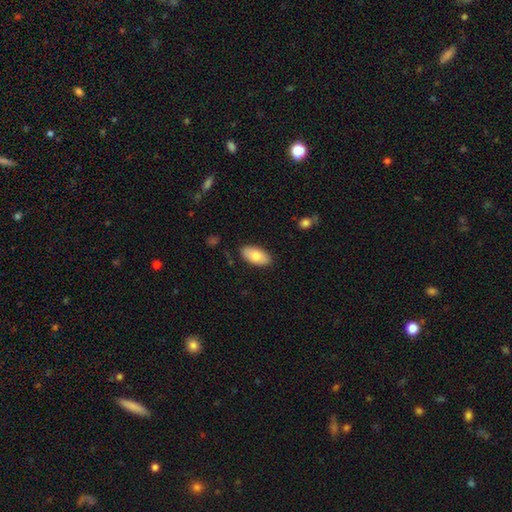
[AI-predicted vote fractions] A smooth galaxy with no disk features (79%) that is in between round and cigar-shaped (94%). Merging: none (87%).